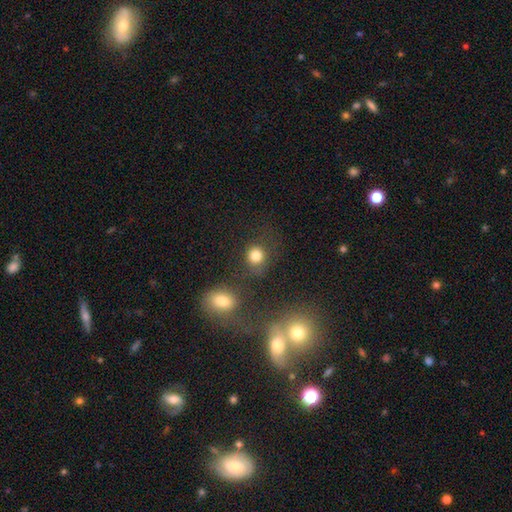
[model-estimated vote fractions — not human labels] smooth 82%, star or artifact 12%, featured or disk 6%. Down the decision tree: how rounded — round (82%); merging — none (69%).